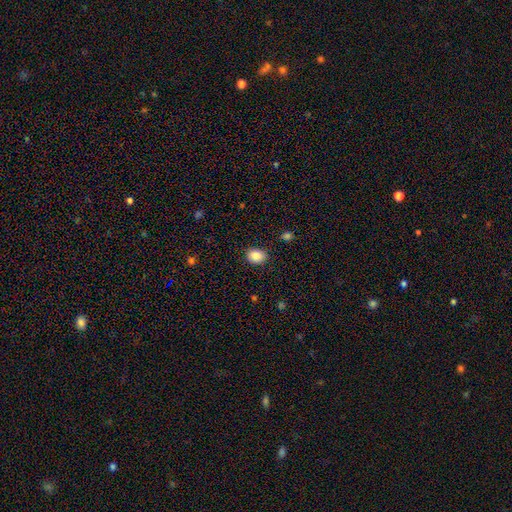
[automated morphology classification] A smooth galaxy with no disk features (87%) that is in between round and cigar-shaped (54%).

Vote fractions:
- Smooth or featured? smooth: 87% / star or artifact: 9% / featured or disk: 4%
- How rounded? in between: 54% / round: 45% / cigar-shaped: 1%
- Merging? none: 87% / minor disturbance: 9% / major disturbance: 2% / merger: 1%